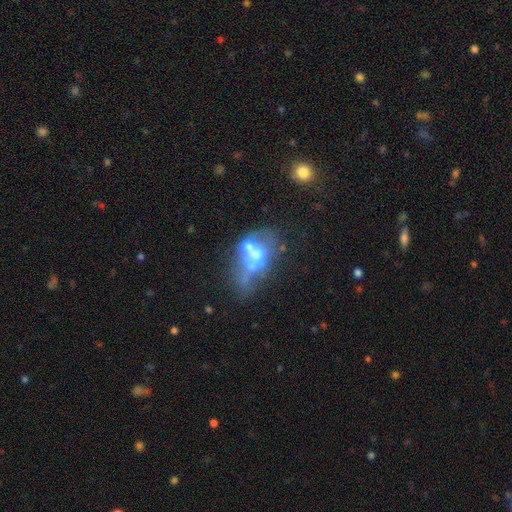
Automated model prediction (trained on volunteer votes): Morphology: type=featured or disk (53%); edge-on=no (90%); merging=merger (43%).